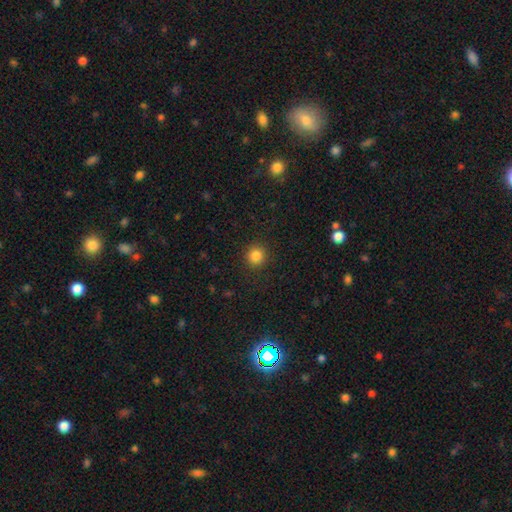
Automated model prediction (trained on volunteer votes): Smooth or featured: smooth — 84% (star or artifact — 12%)
How rounded: round — 92% (in between — 7%)
Merging: none — 91% (minor disturbance — 6%)